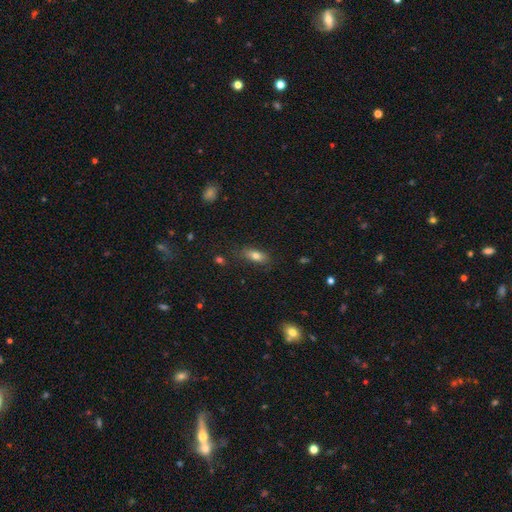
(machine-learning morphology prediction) This appears to be a smooth galaxy with no disk features (77%) that is in between round and cigar-shaped (79%). Merging: none (77%).